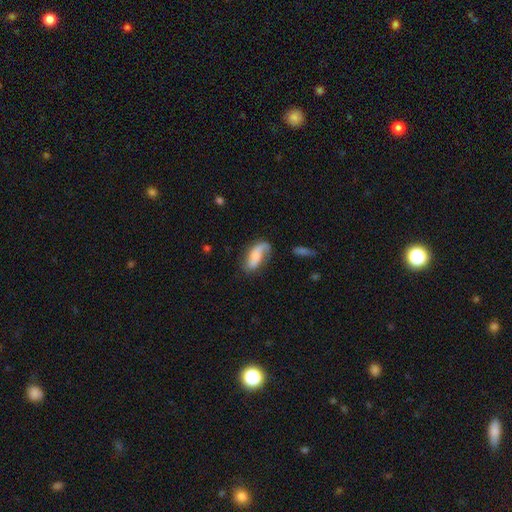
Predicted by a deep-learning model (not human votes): The model was most divided on "bulge size": small: 36%, moderate: 31%, none: 21%, large: 9%, dominant: 2%. More confident: edge-on disk — no (93%); spiral arms — yes (90%); bar — no (56%); smooth or featured — featured or disk (55%); merging — none (55%).